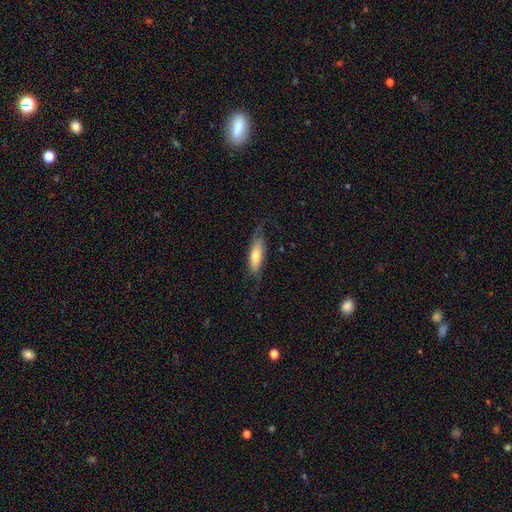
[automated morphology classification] smooth-or-featured: smooth: 59% | featured or disk: 35% | star or artifact: 6%
  how-rounded: in between: 54% | cigar-shaped: 43% | round: 2%
  merging: none: 61% | minor disturbance: 24% | major disturbance: 14% | merger: 1%